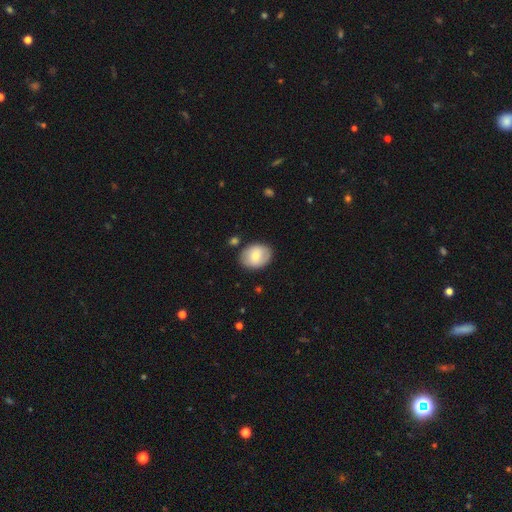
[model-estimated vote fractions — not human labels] Morphology: type=smooth (65%); roundness=in between (58%); merging=none (82%).